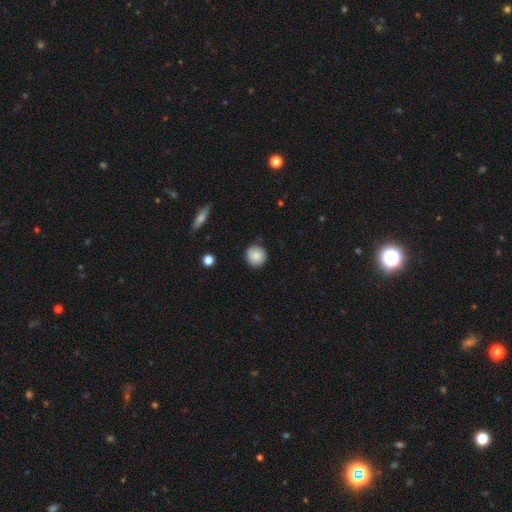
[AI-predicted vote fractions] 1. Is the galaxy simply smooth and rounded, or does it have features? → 83% smooth, 9% featured or disk, 8% star or artifact.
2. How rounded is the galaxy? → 92% round, 7% in between, 1% cigar-shaped.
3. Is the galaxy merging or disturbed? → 83% none, 13% minor disturbance, 3% major disturbance, 1% merger.